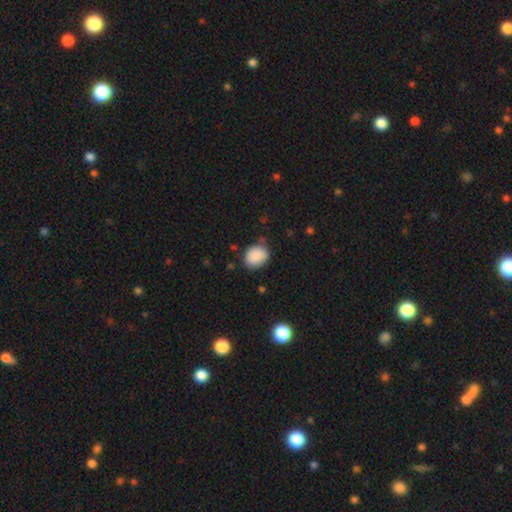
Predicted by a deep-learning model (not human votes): A smooth galaxy with no disk features (88%) that is round (55%). Merging: none (74%).